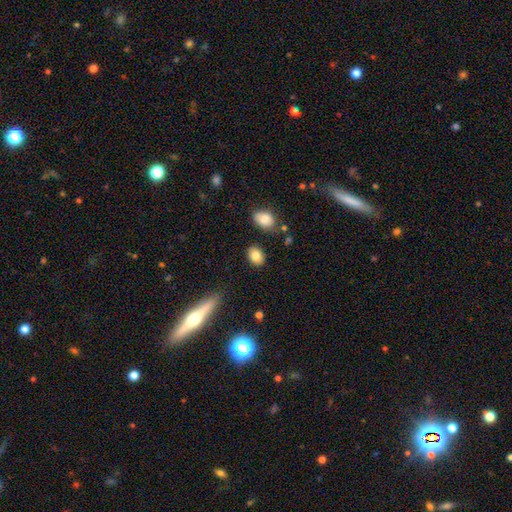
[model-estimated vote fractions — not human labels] A smooth galaxy with no disk features (83%) that is in between round and cigar-shaped (73%).

Vote fractions:
- Smooth or featured? smooth: 83% / star or artifact: 8% / featured or disk: 8%
- How rounded? in between: 73% / round: 25% / cigar-shaped: 2%
- Merging? none: 85% / minor disturbance: 10% / merger: 3% / major disturbance: 3%